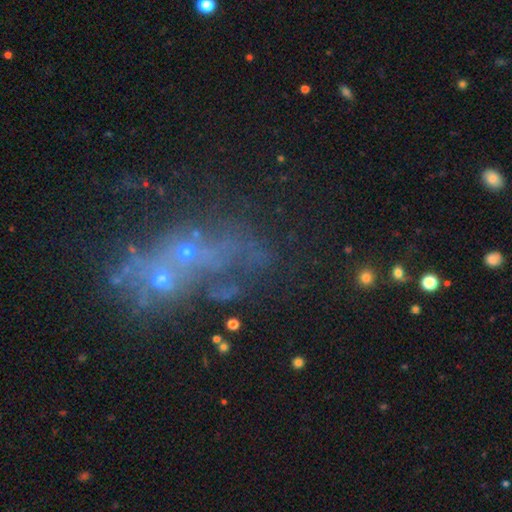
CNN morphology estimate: smooth_or_featured: star or artifact (p=0.40) [alt: featured or disk p=0.38]